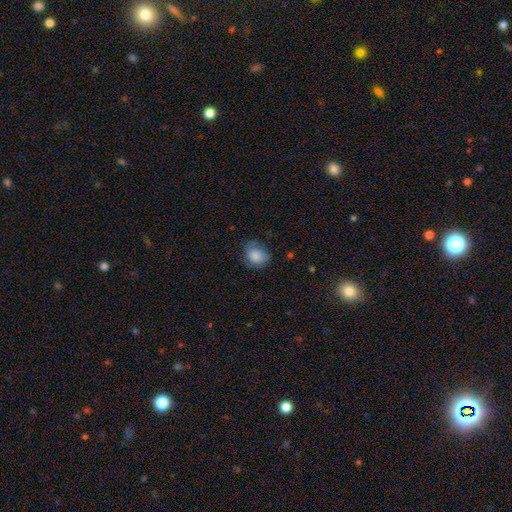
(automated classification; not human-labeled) The model was most divided on "how rounded": round: 55%, in between: 44%, cigar-shaped: 1%. More confident: smooth or featured — smooth (79%); merging — none (59%).